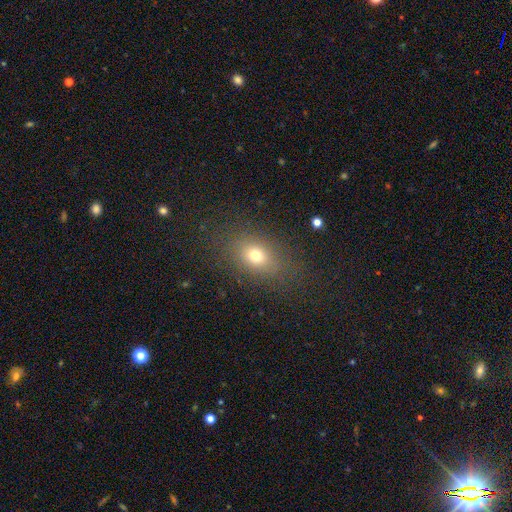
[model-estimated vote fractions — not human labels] This appears to be a smooth galaxy with no disk features (72%) that is in between round and cigar-shaped (70%). Merging: none (80%).